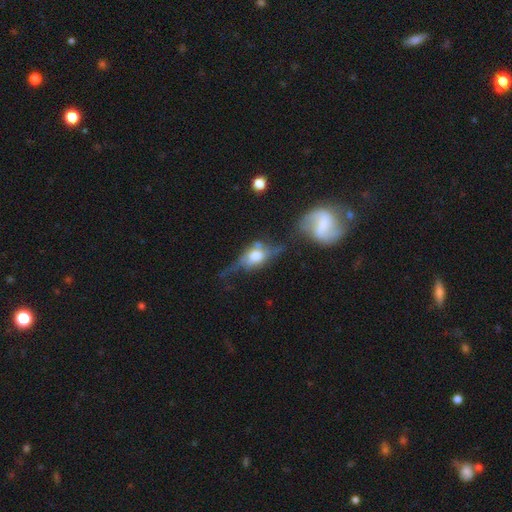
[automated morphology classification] Smooth or featured? Predicted: featured or disk (p=0.65). Edge-on disk? Predicted: yes (p=0.67). Merging? Predicted: none (p=0.43).